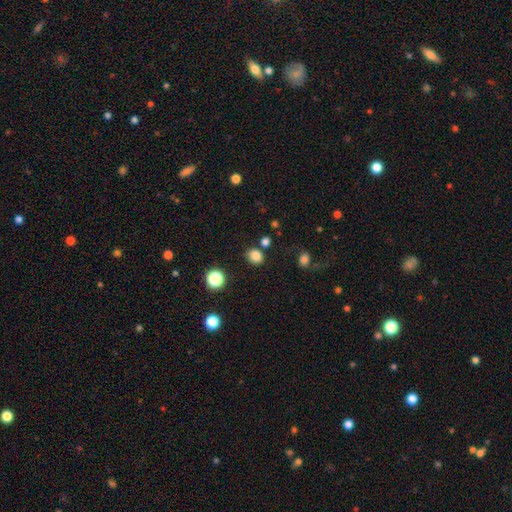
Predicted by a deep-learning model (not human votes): A smooth galaxy with no disk features (82%) that is round (61%).

Vote fractions:
- Smooth or featured? smooth: 82% / star or artifact: 14% / featured or disk: 4%
- How rounded? round: 61% / in between: 38% / cigar-shaped: 1%
- Merging? none: 79% / minor disturbance: 11% / merger: 7% / major disturbance: 4%